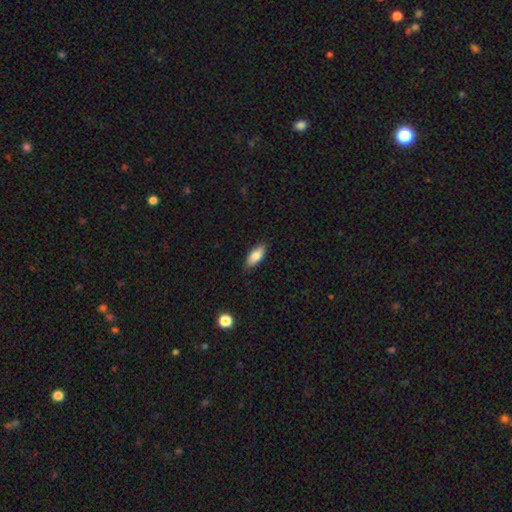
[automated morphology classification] type=smooth (84%); roundness=in between (82%); merging=none (84%).